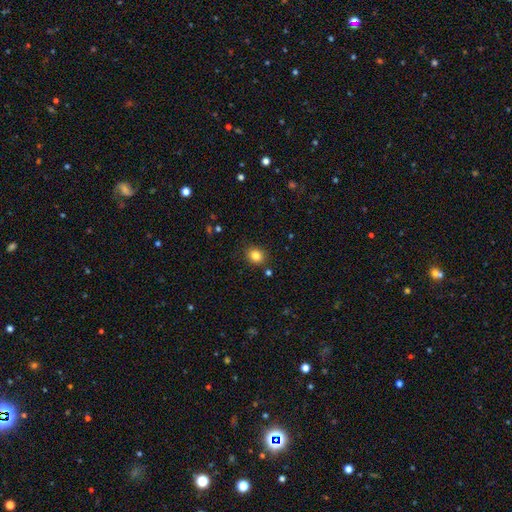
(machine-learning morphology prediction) The model was most divided on "how rounded": round: 66%, in between: 33%, cigar-shaped: 1%. More confident: merging — none (86%); smooth or featured — smooth (83%).